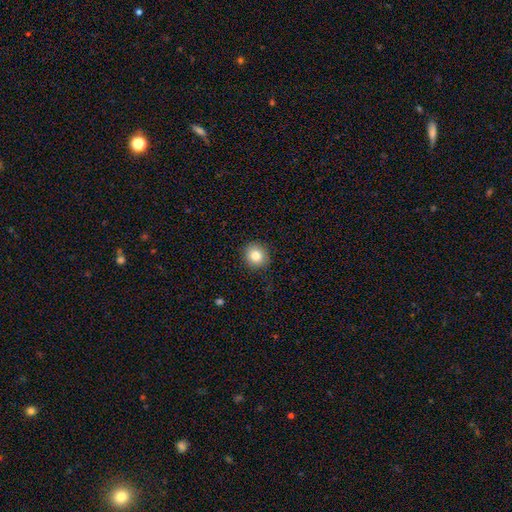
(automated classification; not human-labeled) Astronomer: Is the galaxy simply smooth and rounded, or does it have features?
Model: smooth — 83%.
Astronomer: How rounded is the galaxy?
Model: round — 87%.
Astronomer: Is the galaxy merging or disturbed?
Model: none — 90%.